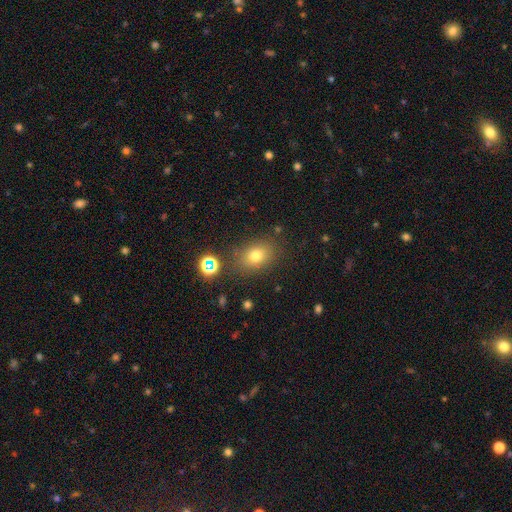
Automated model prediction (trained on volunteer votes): smooth_or_featured: smooth (p=0.74) [alt: star or artifact p=0.16]
how_rounded: in between (p=0.64) [alt: round p=0.35]
merging: none (p=0.81) [alt: minor disturbance p=0.12]